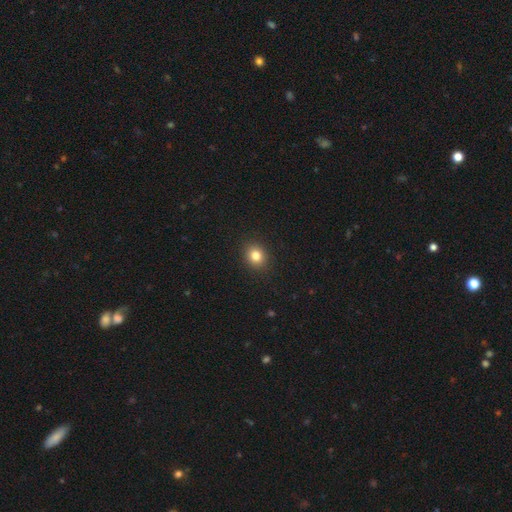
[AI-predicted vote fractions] This is clearly a smooth galaxy (81%). How rounded: likely round (70%). Merging: clearly none (91%).